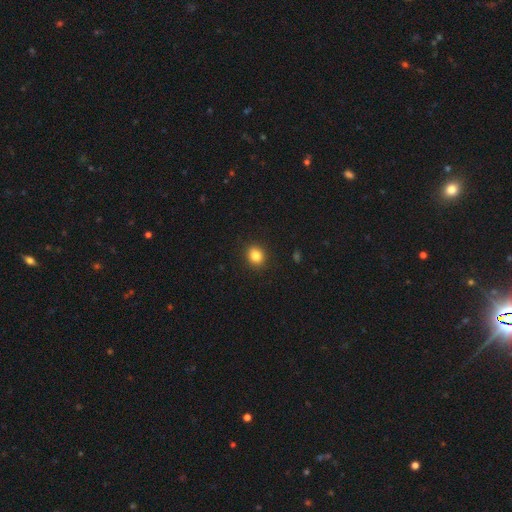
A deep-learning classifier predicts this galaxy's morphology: Q: Smooth or featured?
A: smooth (85%); runner-up: star or artifact (11%)
Q: How rounded?
A: round (67%); runner-up: in between (32%)
Q: Merging?
A: none (90%); runner-up: minor disturbance (7%)